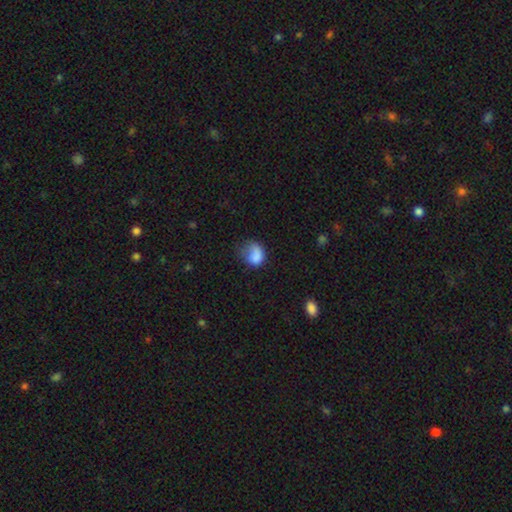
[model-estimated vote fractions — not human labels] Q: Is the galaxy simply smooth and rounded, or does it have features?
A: smooth — 79%.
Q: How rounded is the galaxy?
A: in between — 53%.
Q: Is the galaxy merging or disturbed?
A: minor disturbance — 33%, tied with none.